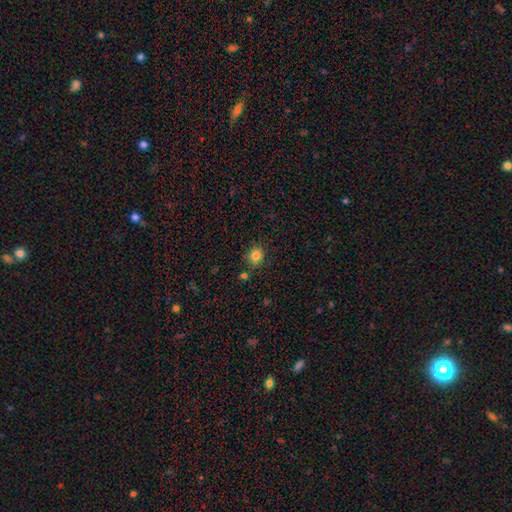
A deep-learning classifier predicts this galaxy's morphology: Overall: smooth (82%). How rounded: round (67%; in between 32%). Merging: none (82%).